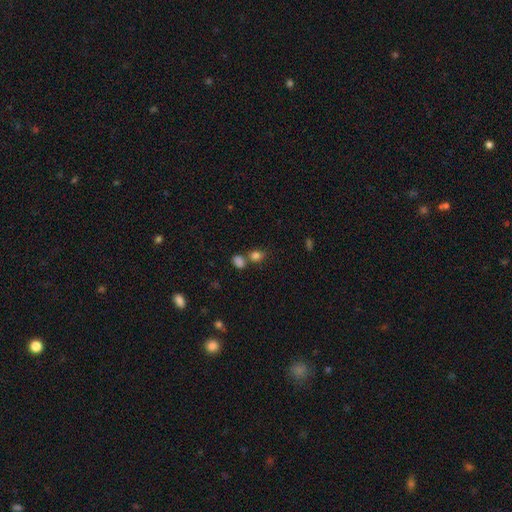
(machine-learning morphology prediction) This is clearly a smooth galaxy (81%). How rounded: possibly in between (54%). Merging: possibly none (54%).